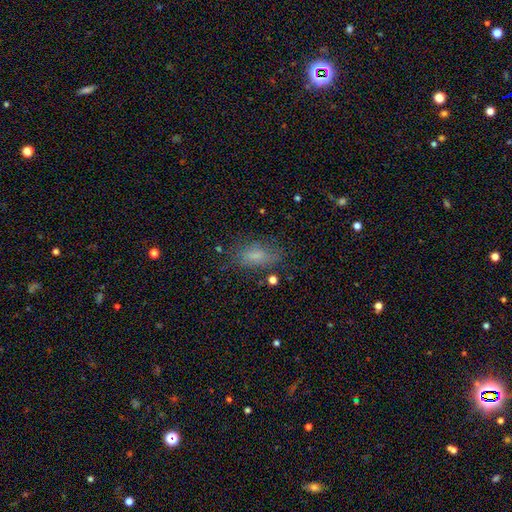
This appears to be a smooth galaxy with no disk features (75%) that is in between round and cigar-shaped (93%). Merging: none (66%).